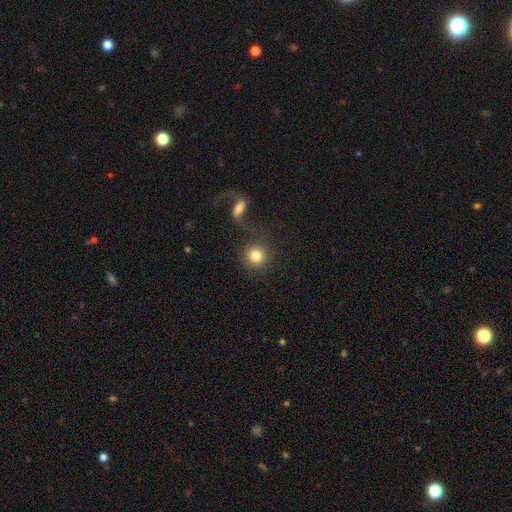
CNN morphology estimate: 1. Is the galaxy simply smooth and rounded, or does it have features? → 83% smooth, 9% star or artifact, 8% featured or disk.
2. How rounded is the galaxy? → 90% round, 9% in between, 1% cigar-shaped.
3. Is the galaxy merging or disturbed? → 70% none, 15% merger, 9% minor disturbance, 7% major disturbance.